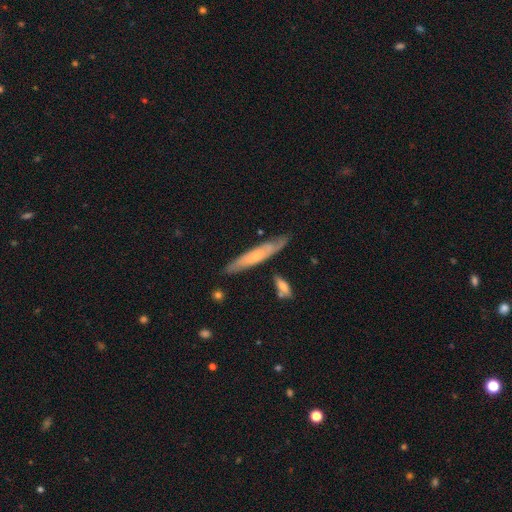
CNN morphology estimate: This appears to be a featured or disk galaxy (50%) viewed edge-on (68%). Merging: none (73%).